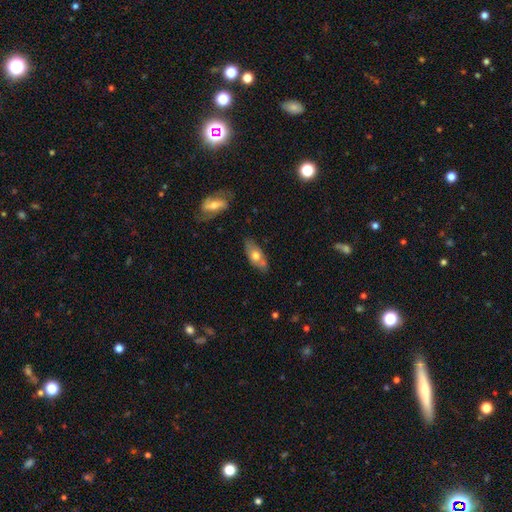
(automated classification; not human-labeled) The model was most divided on "smooth or featured": smooth: 59%, featured or disk: 35%, star or artifact: 7%. More confident: how rounded — in between (81%); merging — none (70%).